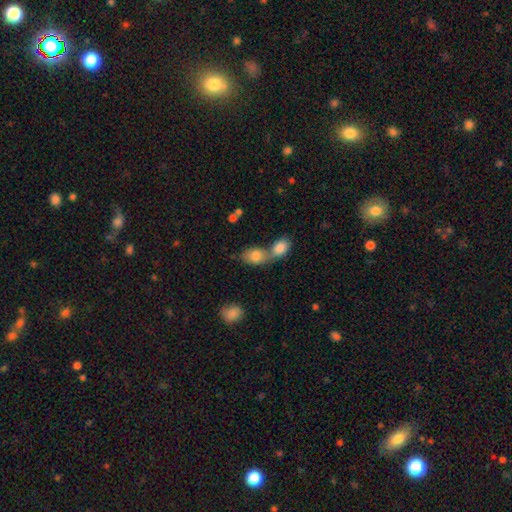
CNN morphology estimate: Smooth or featured: smooth — 81% (featured or disk — 11%)
How rounded: in between — 81% (round — 17%)
Merging: merger — 63% (none — 27%)